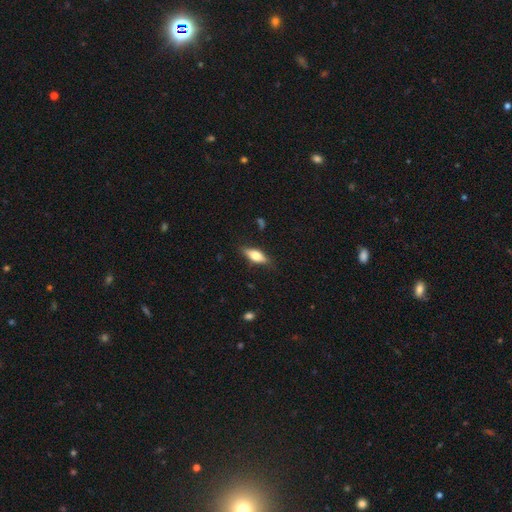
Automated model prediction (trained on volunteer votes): This appears to be a smooth galaxy with no disk features (60%) that is in between round and cigar-shaped (70%). Merging: none (82%).